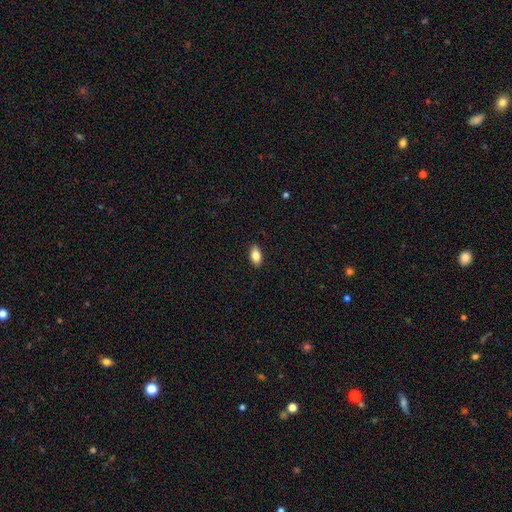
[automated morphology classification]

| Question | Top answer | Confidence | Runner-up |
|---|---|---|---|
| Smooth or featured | smooth | 83% | featured or disk (10%) |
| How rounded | in between | 90% | cigar-shaped (6%) |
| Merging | none | 89% | minor disturbance (8%) |